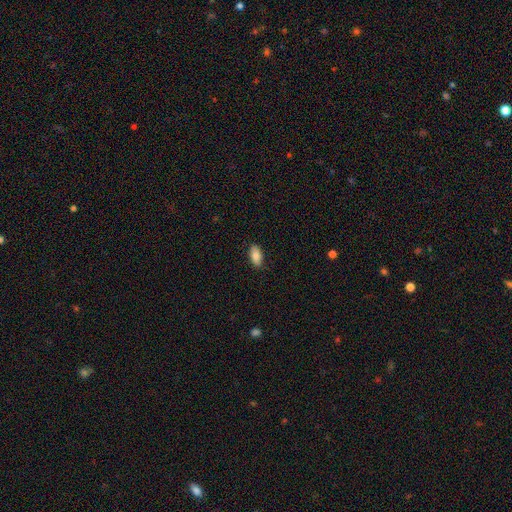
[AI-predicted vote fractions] A smooth galaxy with no disk features (83%) that is in between round and cigar-shaped (91%). Merging: none (86%).